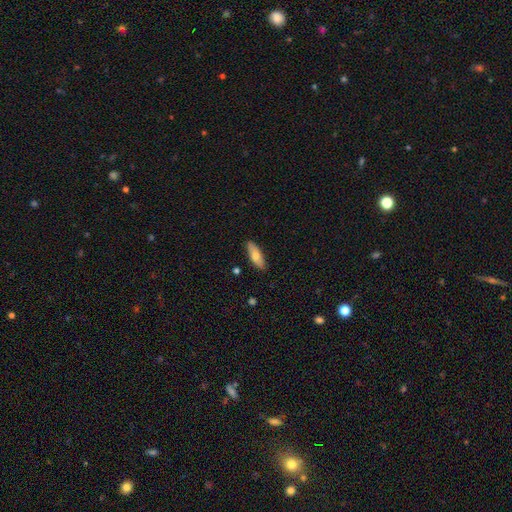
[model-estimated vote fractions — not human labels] Overall: smooth (72%). How rounded: in between (63%; cigar-shaped 35%). Merging: none (86%).